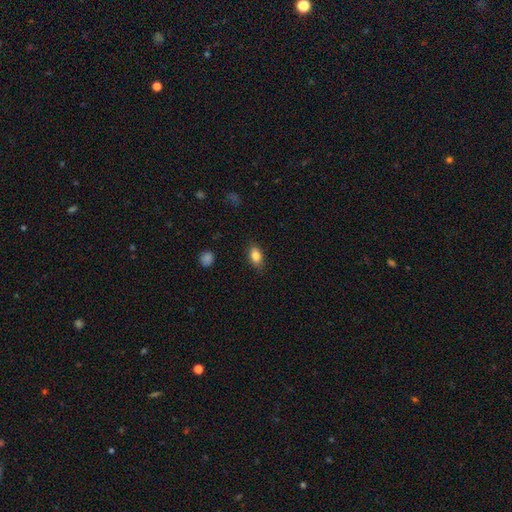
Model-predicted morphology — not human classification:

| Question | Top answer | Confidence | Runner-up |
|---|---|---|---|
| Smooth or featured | smooth | 83% | featured or disk (8%) |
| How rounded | in between | 86% | round (11%) |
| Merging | none | 85% | minor disturbance (11%) |